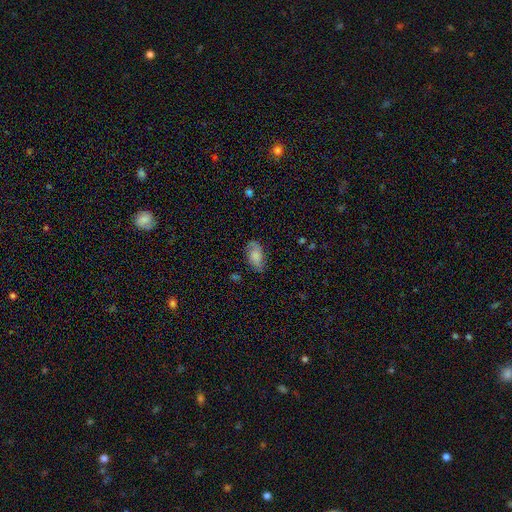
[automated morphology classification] smooth_or_featured: smooth (p=0.52) [alt: featured or disk p=0.39]
how_rounded: in between (p=0.91) [alt: round p=0.05]
merging: none (p=0.74) [alt: minor disturbance p=0.19]